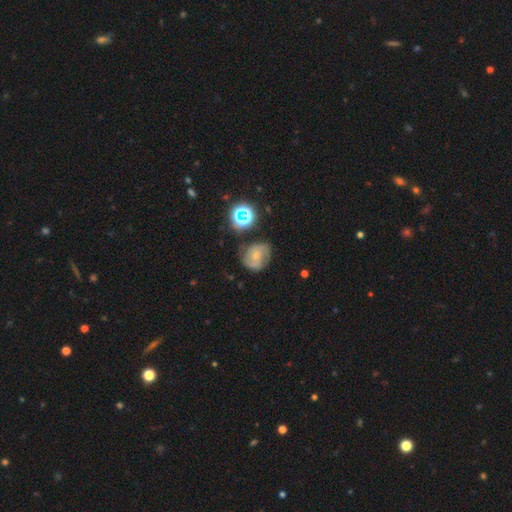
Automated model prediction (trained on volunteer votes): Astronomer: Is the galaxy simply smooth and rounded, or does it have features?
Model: featured or disk — 60%.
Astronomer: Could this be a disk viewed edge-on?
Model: no — 97%.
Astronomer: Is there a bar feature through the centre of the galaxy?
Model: no — 63%.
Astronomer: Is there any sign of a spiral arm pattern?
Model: yes — 88%.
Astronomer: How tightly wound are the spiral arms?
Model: medium — 45% (runner-up: tight, 40%).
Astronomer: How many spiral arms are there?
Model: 2 — 55%.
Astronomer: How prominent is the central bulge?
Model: small — 62%.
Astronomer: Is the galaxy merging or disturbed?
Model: none — 59%.